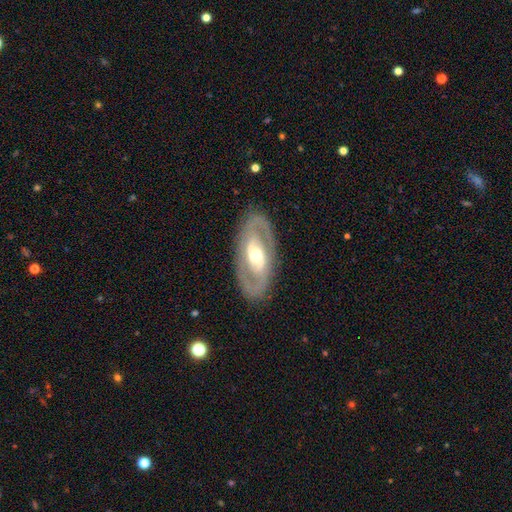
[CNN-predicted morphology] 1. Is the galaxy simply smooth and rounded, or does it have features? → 78% featured or disk, 17% smooth, 5% star or artifact.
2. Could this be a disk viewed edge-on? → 91% no, 9% yes.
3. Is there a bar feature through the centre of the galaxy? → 47% no, 29% weak, 23% strong.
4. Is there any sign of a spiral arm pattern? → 56% yes, 44% no.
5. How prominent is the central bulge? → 65% moderate, 25% small, 8% large, 1% dominant, 1% none.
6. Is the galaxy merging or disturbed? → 85% none, 10% minor disturbance, 4% major disturbance, 1% merger.